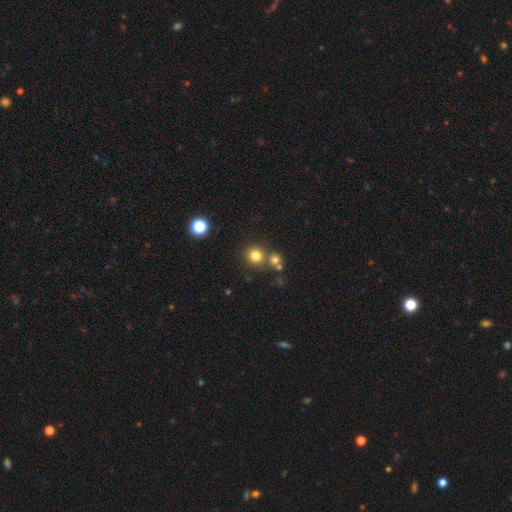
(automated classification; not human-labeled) smooth-or-featured: smooth: 78% | star or artifact: 15% | featured or disk: 7%
  how-rounded: round: 91% | in between: 8% | cigar-shaped: 1%
  merging: none: 71% | merger: 18% | minor disturbance: 7% | major disturbance: 3%